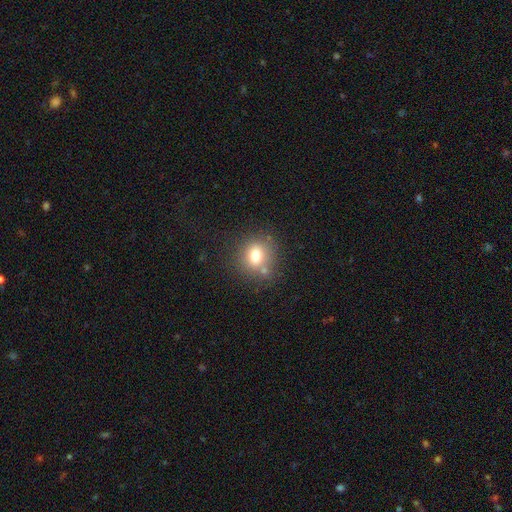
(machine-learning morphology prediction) Smooth or featured: smooth — 74% (star or artifact — 13%)
How rounded: round — 80% (in between — 19%)
Merging: none — 68% (merger — 15%)